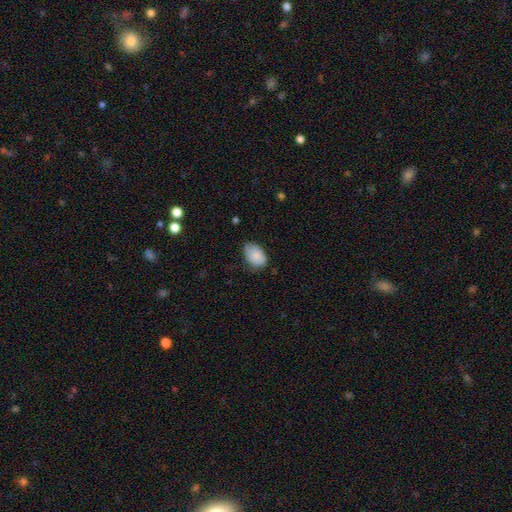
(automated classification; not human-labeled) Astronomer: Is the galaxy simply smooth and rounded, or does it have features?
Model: smooth — 84%.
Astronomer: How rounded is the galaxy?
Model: in between — 89%.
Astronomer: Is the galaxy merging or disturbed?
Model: none — 66%.